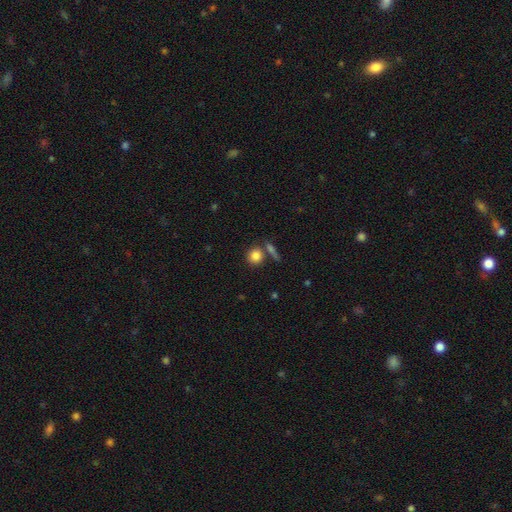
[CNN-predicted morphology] Smooth or featured? Predicted: smooth (p=0.84). How rounded? Predicted: round (p=0.81). Merging? Predicted: none (p=0.68).